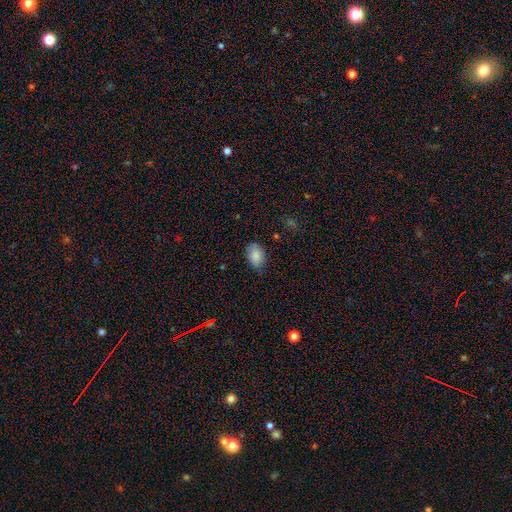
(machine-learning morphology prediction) The model was most divided on "merging": none: 74%, minor disturbance: 21%, major disturbance: 4%, merger: 1%. More confident: smooth or featured — smooth (86%); how rounded — in between (84%).